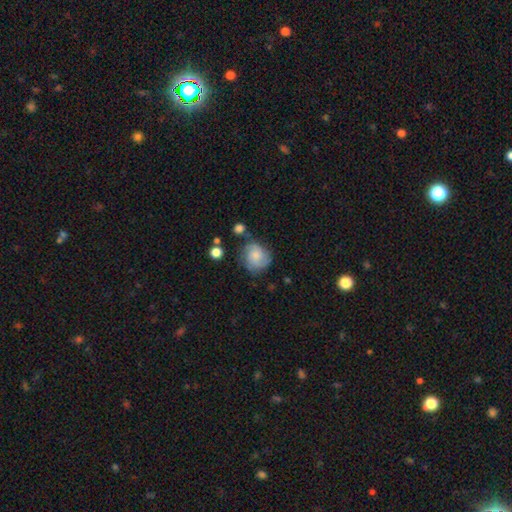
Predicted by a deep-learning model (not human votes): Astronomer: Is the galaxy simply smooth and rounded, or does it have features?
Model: smooth — 46% (runner-up: featured or disk, 45%).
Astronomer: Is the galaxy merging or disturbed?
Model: none — 66%.